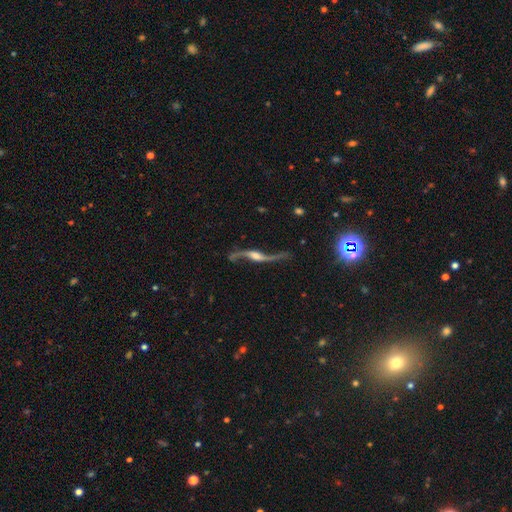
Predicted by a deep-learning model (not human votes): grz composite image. It shows a featured or disk galaxy (90%) with no bar (46%), 2 (94%) loose (95%) spiral arms (96%) and a moderate central bulge (50%). Merging: none (71%).